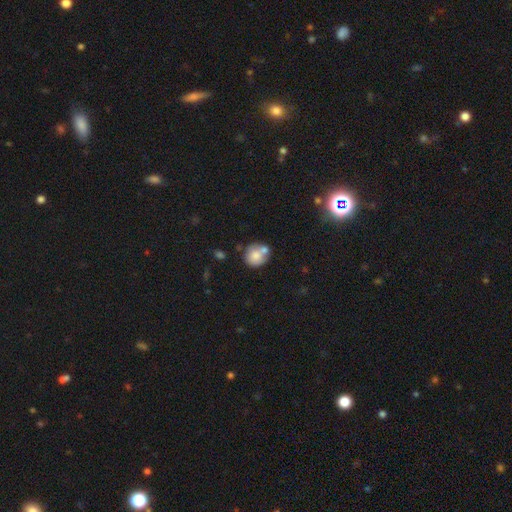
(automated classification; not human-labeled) smooth-or-featured: smooth: 74% | featured or disk: 17% | star or artifact: 9%
  how-rounded: round: 82% | in between: 17% | cigar-shaped: 1%
  merging: none: 46% | merger: 34% | minor disturbance: 15% | major disturbance: 5%